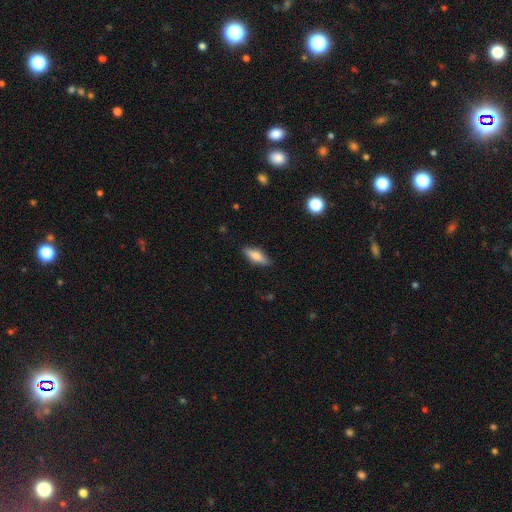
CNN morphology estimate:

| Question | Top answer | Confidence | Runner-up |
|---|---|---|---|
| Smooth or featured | smooth | 68% | featured or disk (25%) |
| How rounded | in between | 53% | cigar-shaped (44%) |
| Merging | none | 86% | minor disturbance (11%) |